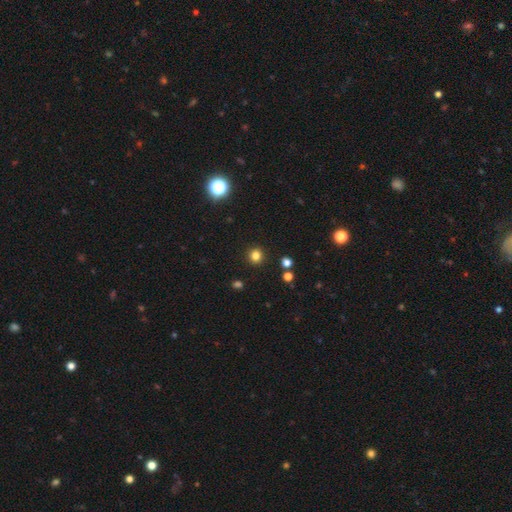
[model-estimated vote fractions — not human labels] Smooth or featured? smooth (81%)
How rounded? round (90%)
Merging? none (91%)